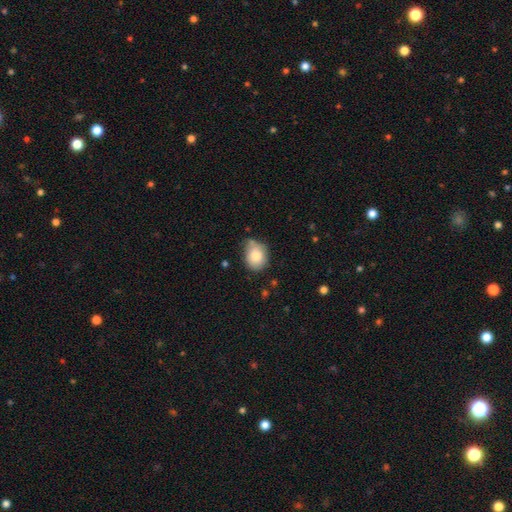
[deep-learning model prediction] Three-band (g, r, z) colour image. It shows a smooth galaxy with no disk features (81%) that is round (55%). Merging: none (58%).